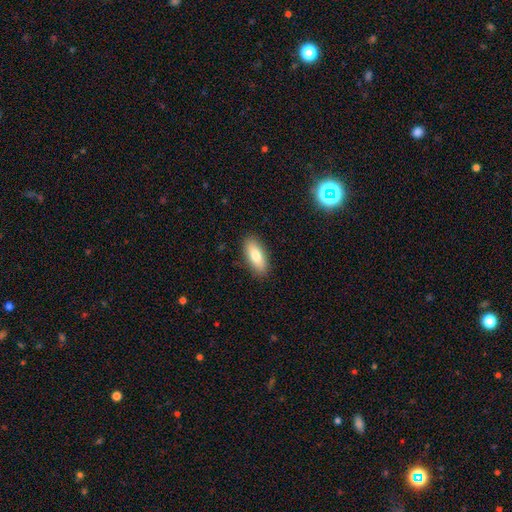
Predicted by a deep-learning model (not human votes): The model was most divided on "how rounded": in between: 78%, cigar-shaped: 20%, round: 2%. More confident: merging — none (88%); smooth or featured — smooth (80%).